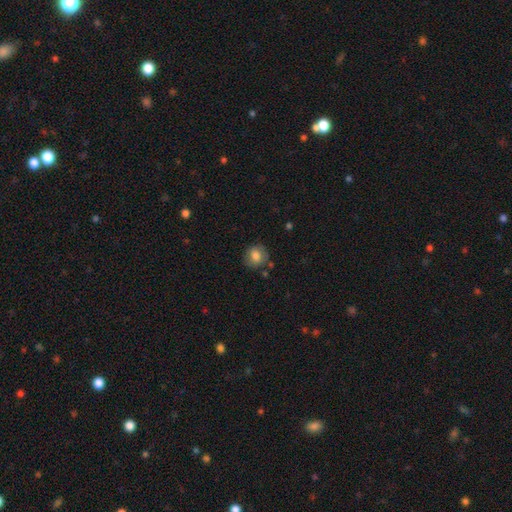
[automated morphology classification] Smooth or featured: smooth — 78% (featured or disk — 13%)
How rounded: round — 76% (in between — 23%)
Merging: none — 77% (minor disturbance — 15%)